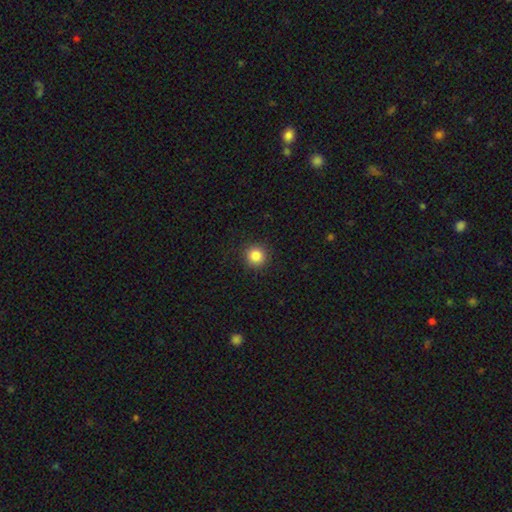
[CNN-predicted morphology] A smooth galaxy with no disk features (85%) that is round (93%). Merging: none (91%).